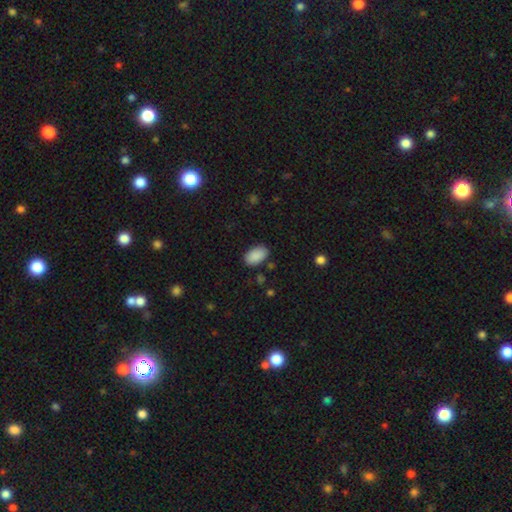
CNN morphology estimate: Q: Smooth or featured?
A: smooth (90%); runner-up: star or artifact (7%)
Q: How rounded?
A: in between (94%); runner-up: round (5%)
Q: Merging?
A: none (84%); runner-up: minor disturbance (12%)